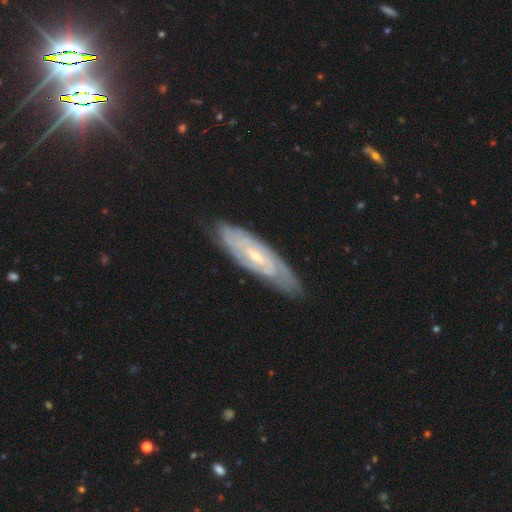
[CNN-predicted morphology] This appears to be a featured or disk galaxy (82%) with a weak bar (43%, tied with no), tight (70%) spiral arms (94%) and a small central bulge (67%). Merging: none (79%).